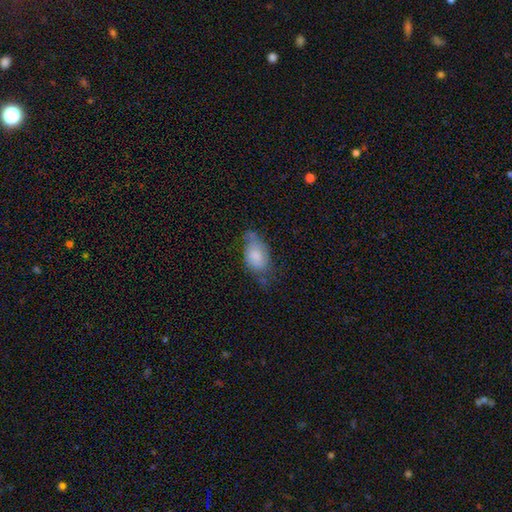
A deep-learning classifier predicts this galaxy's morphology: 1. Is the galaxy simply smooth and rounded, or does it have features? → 71% smooth, 22% featured or disk, 7% star or artifact.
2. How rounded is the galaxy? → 91% in between, 6% round, 3% cigar-shaped.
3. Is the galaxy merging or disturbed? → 39% minor disturbance (tied), 39% none (tied), 18% major disturbance, 4% merger.